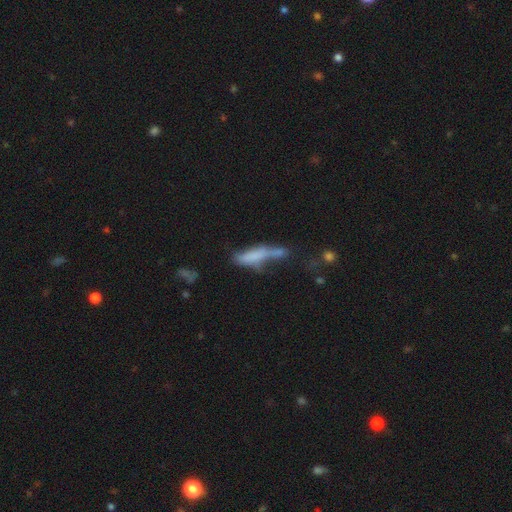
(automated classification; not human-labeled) Smooth or featured? Predicted: smooth (p=0.59). How rounded? Predicted: cigar-shaped (p=0.67). Merging? Predicted: merger (p=0.29).